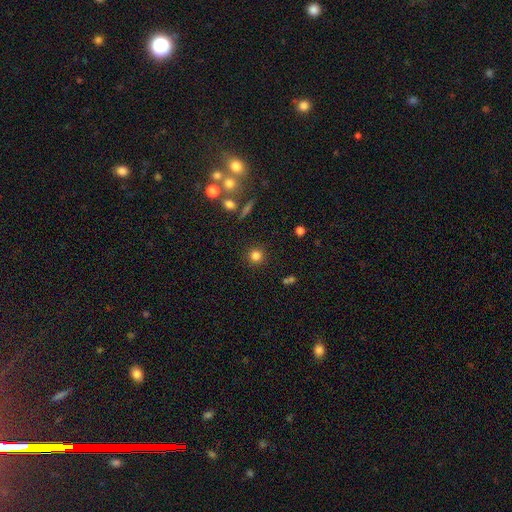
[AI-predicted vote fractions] A smooth galaxy with no disk features (81%) that is round (94%). Merging: none (88%).